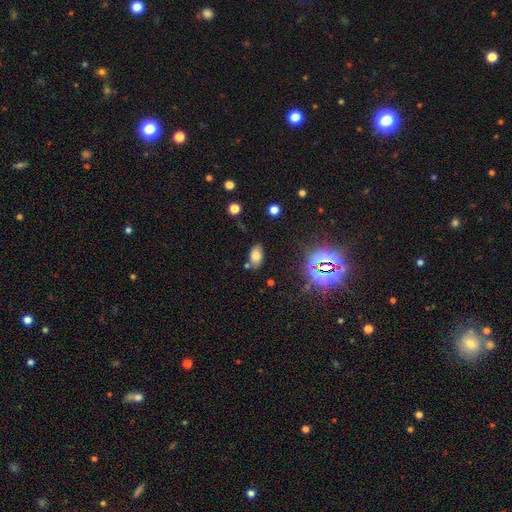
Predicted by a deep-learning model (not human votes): This is likely a smooth galaxy (73%). How rounded: clearly in between (91%). Merging: likely none (76%).